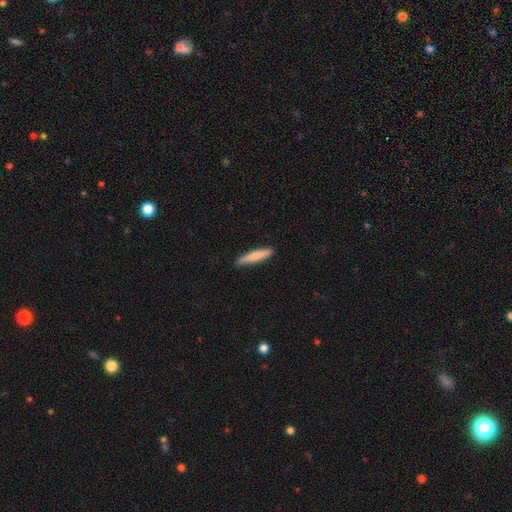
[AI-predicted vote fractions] Smooth or featured?
  - smooth: 79% *
  - featured or disk: 16%
  - star or artifact: 5%
How rounded?
  - cigar-shaped: 91% *
  - in between: 8%
  - round: 1%
Merging?
  - none: 90% *
  - minor disturbance: 7%
  - major disturbance: 2%
  - merger: 1%